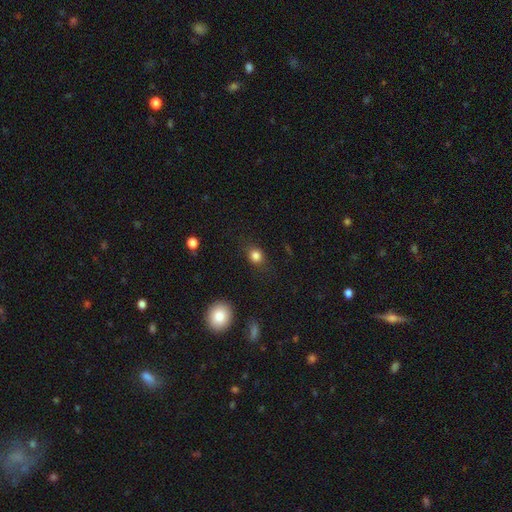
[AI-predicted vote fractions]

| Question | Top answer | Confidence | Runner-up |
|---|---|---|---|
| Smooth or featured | smooth | 82% | star or artifact (12%) |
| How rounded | round | 63% | in between (35%) |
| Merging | none | 79% | minor disturbance (14%) |